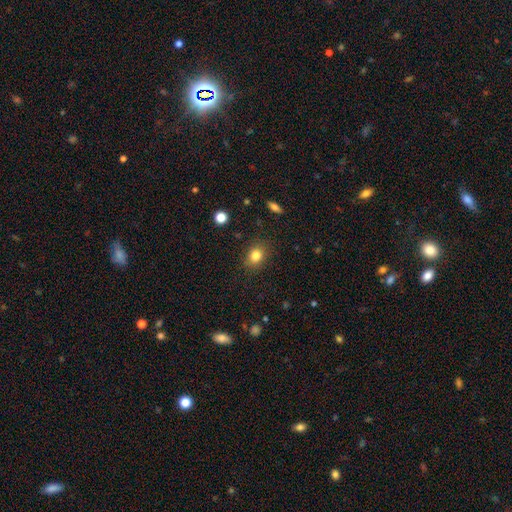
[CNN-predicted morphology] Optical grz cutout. It shows a smooth galaxy with no disk features (82%) that is round (54%). Merging: none (85%).